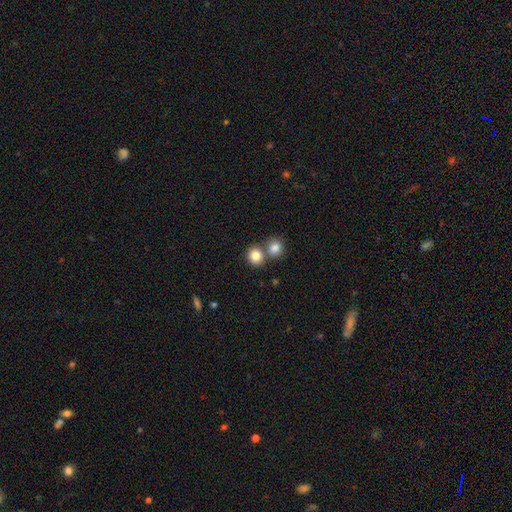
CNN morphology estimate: smooth_or_featured: smooth (p=0.83) [alt: star or artifact p=0.10]
how_rounded: round (p=0.82) [alt: in between p=0.17]
merging: none (p=0.56) [alt: merger p=0.35]